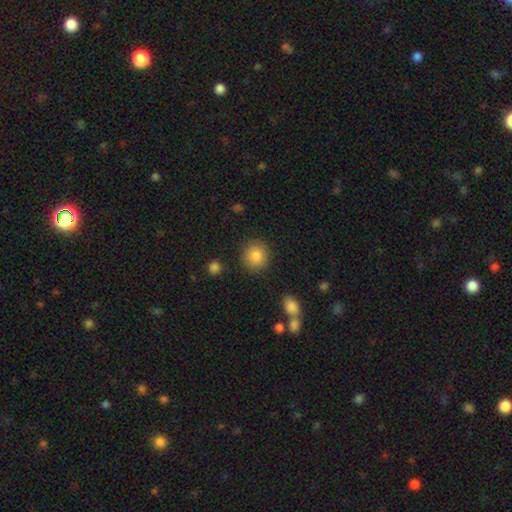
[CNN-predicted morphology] Overall: smooth (86%). How rounded: round (87%). Merging: none (88%).